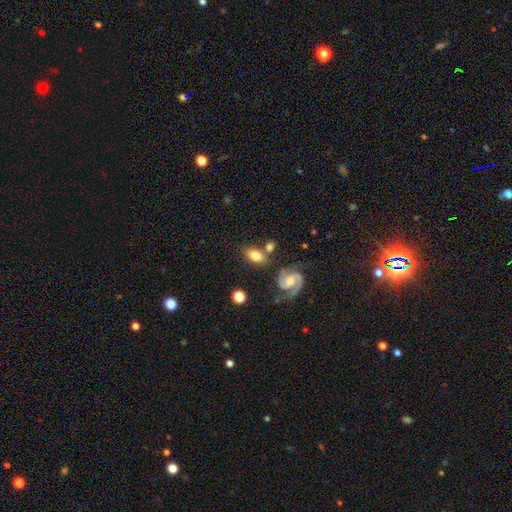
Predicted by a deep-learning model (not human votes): Q: Smooth or featured?
A: smooth (69%); runner-up: featured or disk (24%)
Q: How rounded?
A: in between (85%); runner-up: round (12%)
Q: Merging?
A: none (63%); runner-up: merger (16%)